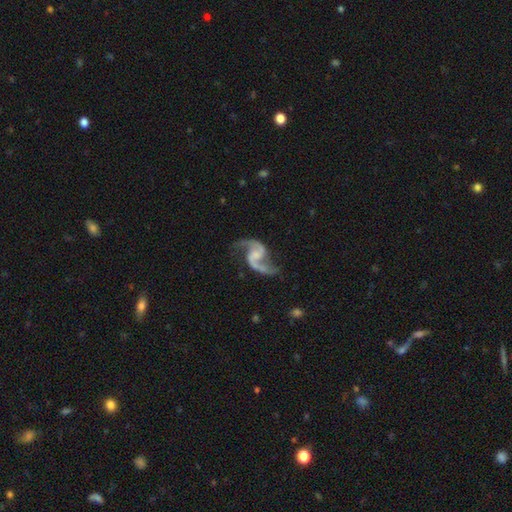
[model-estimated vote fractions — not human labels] A featured or disk galaxy (93%) with no bar (47%), 2 (94%) loose (64%) spiral arms (98%) and no central bulge (45%). Merging: none (71%).